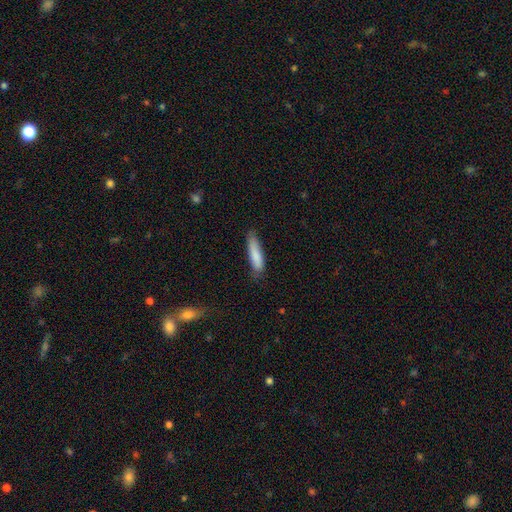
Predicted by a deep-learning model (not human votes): Smooth or featured: smooth — 85% (featured or disk — 10%)
How rounded: cigar-shaped — 75% (in between — 24%)
Merging: none — 73% (minor disturbance — 22%)